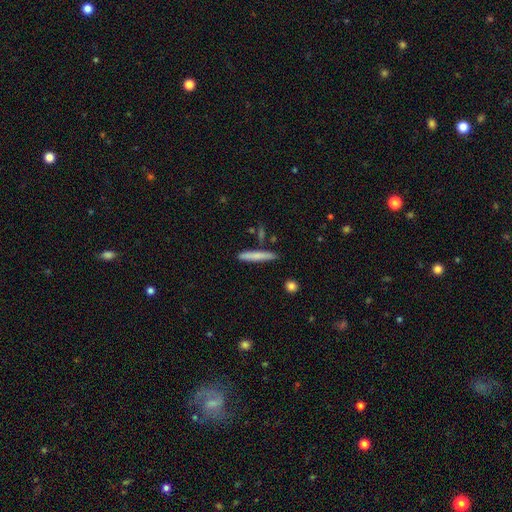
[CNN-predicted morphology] Smooth or featured?
  - smooth: 75% *
  - featured or disk: 19%
  - star or artifact: 6%
How rounded?
  - cigar-shaped: 93% *
  - in between: 5%
  - round: 1%
Merging?
  - none: 83% *
  - minor disturbance: 11%
  - merger: 4%
  - major disturbance: 2%